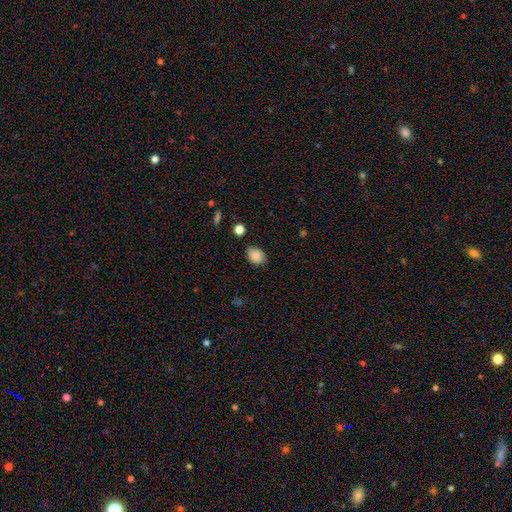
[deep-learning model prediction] This appears to be a smooth galaxy with no disk features (87%) that is in between round and cigar-shaped (66%). Merging: none (76%).